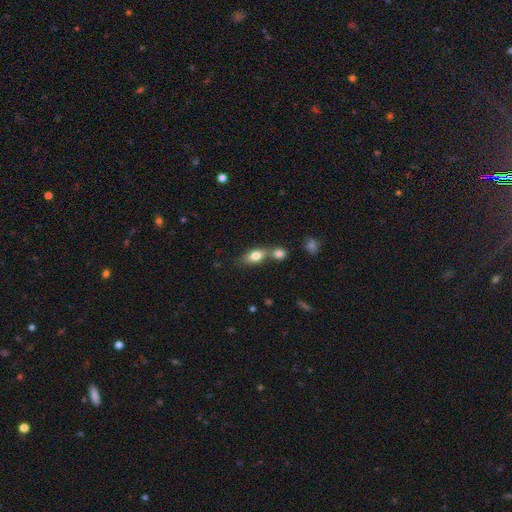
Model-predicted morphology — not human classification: Smooth or featured?
  - smooth: 75% *
  - featured or disk: 17%
  - star or artifact: 8%
How rounded?
  - in between: 76% *
  - cigar-shaped: 12%
  - round: 12%
Merging?
  - merger: 44% *
  - none: 42%
  - minor disturbance: 10%
  - major disturbance: 4%